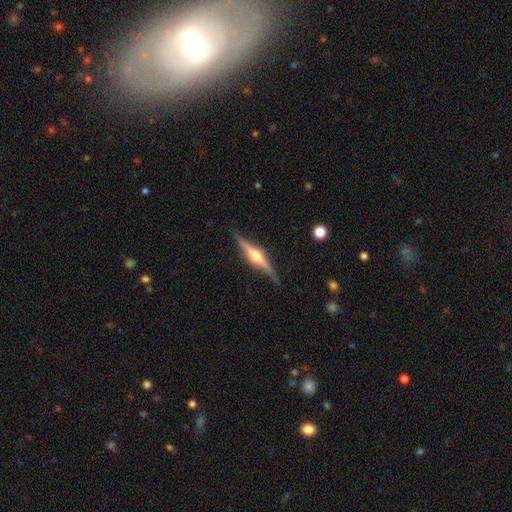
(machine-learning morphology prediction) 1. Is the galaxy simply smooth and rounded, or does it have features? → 81% featured or disk, 14% smooth, 5% star or artifact.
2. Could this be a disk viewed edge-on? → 98% yes, 2% no.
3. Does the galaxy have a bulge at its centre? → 90% rounded, 7% boxy, 3% none.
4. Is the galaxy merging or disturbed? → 87% none, 10% minor disturbance, 2% major disturbance, 1% merger.